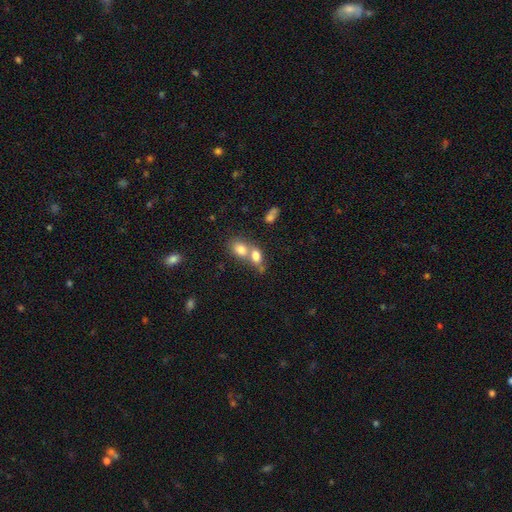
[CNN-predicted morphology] Smooth or featured?
  - smooth: 76% *
  - featured or disk: 13%
  - star or artifact: 10%
How rounded?
  - in between: 66% *
  - round: 32%
  - cigar-shaped: 3%
Merging?
  - merger: 68% *
  - none: 23%
  - minor disturbance: 6%
  - major disturbance: 4%